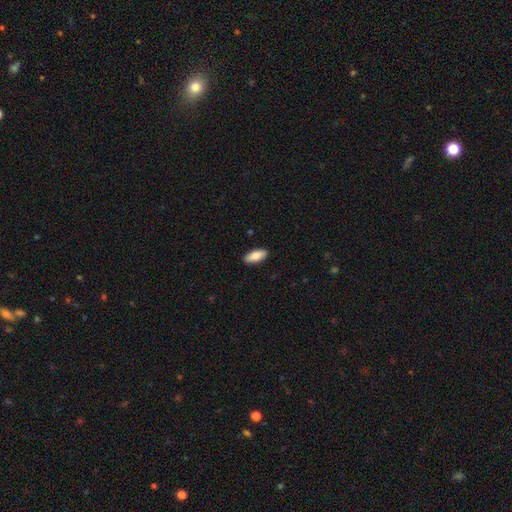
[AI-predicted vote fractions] This appears to be a smooth galaxy with no disk features (85%) that is in between round and cigar-shaped (83%). Merging: none (90%).